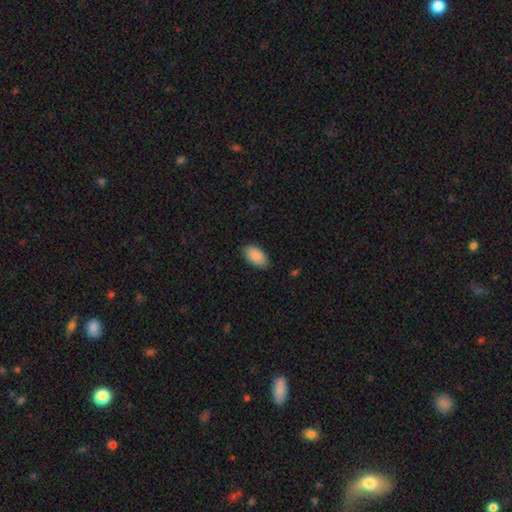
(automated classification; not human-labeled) Q: Smooth or featured?
A: smooth (90%); runner-up: star or artifact (6%)
Q: How rounded?
A: in between (95%); runner-up: round (3%)
Q: Merging?
A: none (86%); runner-up: minor disturbance (10%)